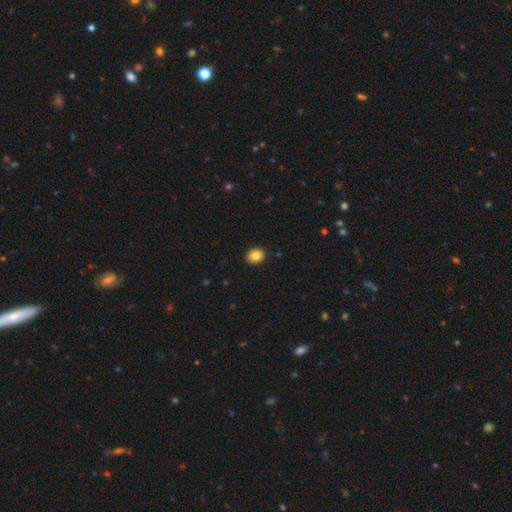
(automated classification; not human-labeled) smooth_or_featured: smooth (p=0.83) [alt: star or artifact p=0.09]
how_rounded: round (p=0.63) [alt: in between p=0.37]
merging: none (p=0.91) [alt: minor disturbance p=0.06]